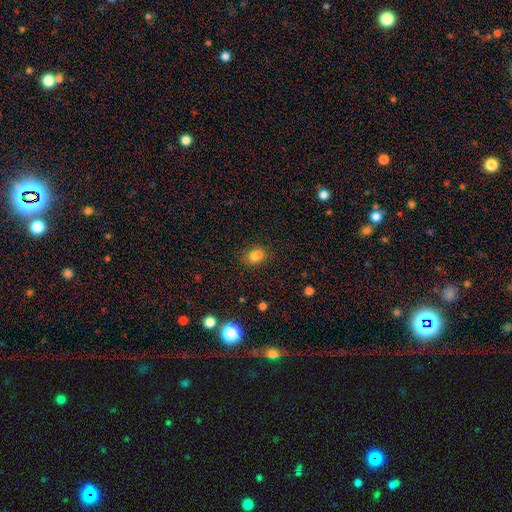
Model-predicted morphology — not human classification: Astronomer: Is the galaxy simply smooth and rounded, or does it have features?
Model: smooth — 80%.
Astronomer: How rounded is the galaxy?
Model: in between — 67%.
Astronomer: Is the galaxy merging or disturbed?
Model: none — 74%.